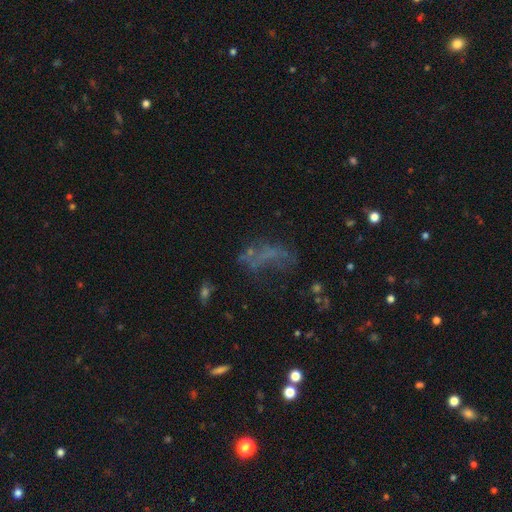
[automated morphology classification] Smooth or featured: featured or disk — 37% (smooth — 36%)
Merging: none — 36% (major disturbance — 35%)